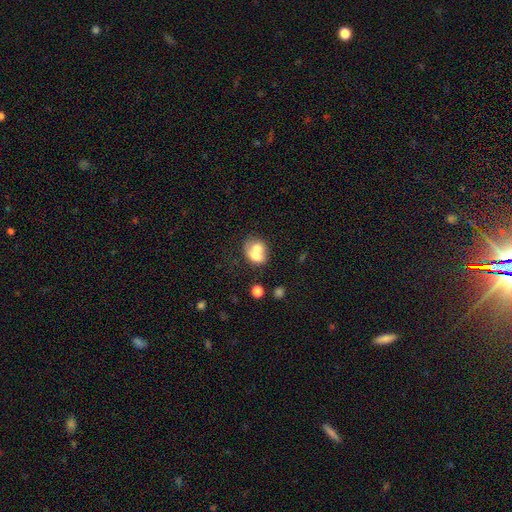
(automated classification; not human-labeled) Overall: smooth (63%; featured or disk 28%). How rounded: round (54%; in between 45%). Merging: merger (66%).